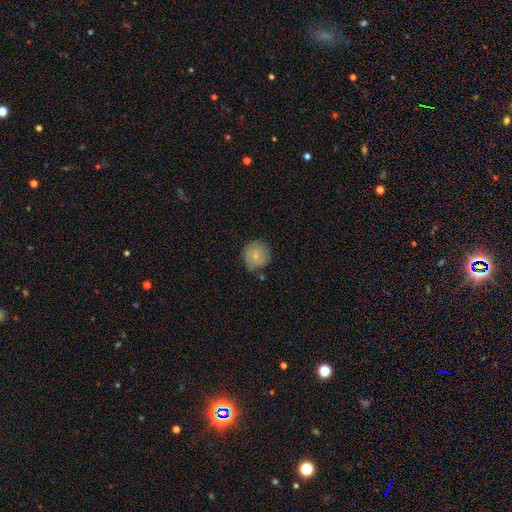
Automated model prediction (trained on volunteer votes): smooth_or_featured: smooth (p=0.73) [alt: featured or disk p=0.19]
how_rounded: round (p=0.91) [alt: in between p=0.08]
merging: none (p=0.77) [alt: minor disturbance p=0.17]